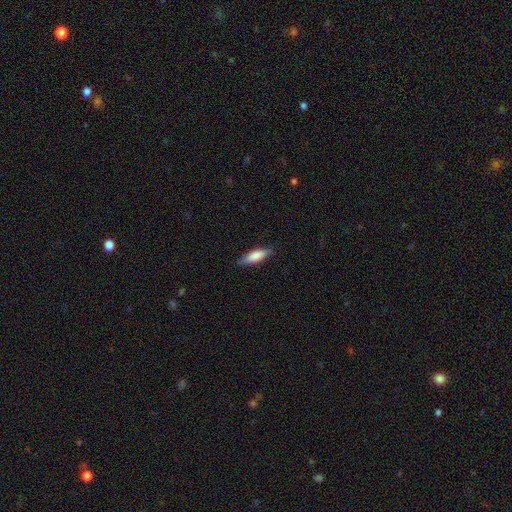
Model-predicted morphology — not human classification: Overall: smooth (80%). How rounded: in between (56%; cigar-shaped 42%). Merging: none (83%).